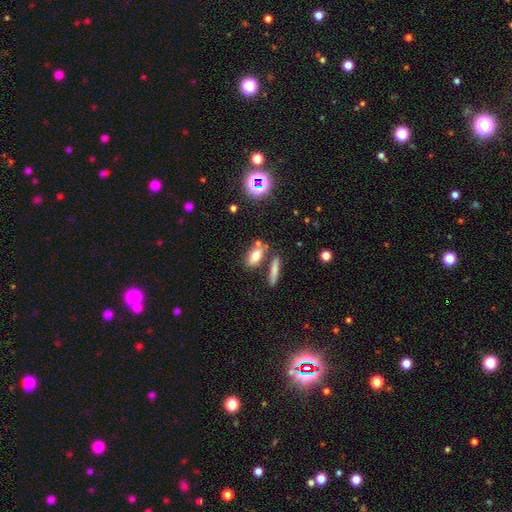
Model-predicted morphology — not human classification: Smooth or featured? smooth (70%)
How rounded? in between (73%)
Merging? none (63%)